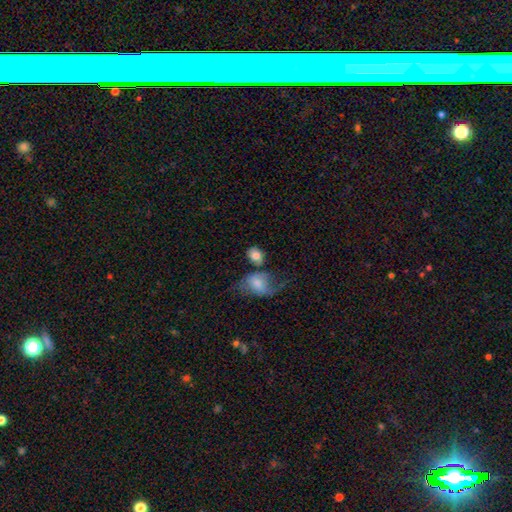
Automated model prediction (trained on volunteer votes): This is likely a smooth galaxy (79%). How rounded: possibly in between (56%). Merging: possibly none (46%).